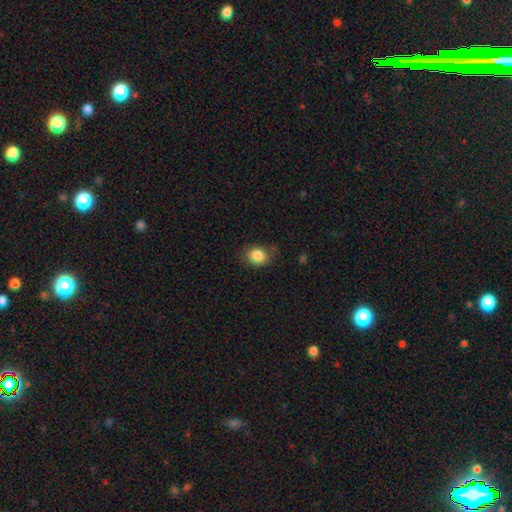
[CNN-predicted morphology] This is clearly a smooth galaxy (84%). How rounded: possibly round (51%). Merging: likely none (74%).